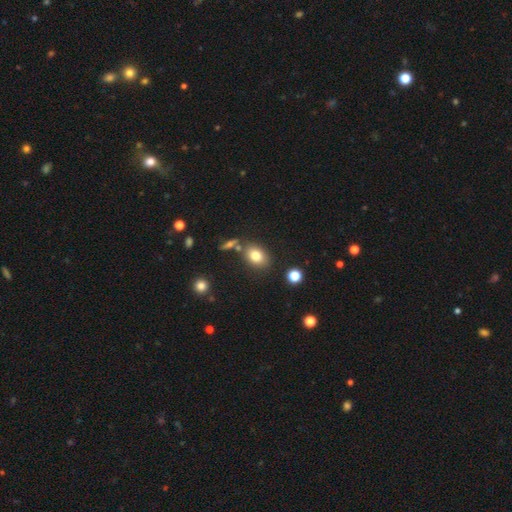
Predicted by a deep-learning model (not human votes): This appears to be a smooth galaxy with no disk features (79%) that is in between round and cigar-shaped (72%). Merging: none (75%).